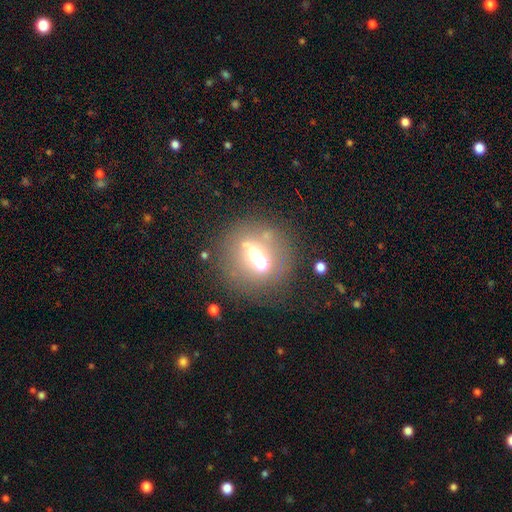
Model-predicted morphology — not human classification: Q: Smooth or featured?
A: featured or disk (44%); runner-up: smooth (36%)
Q: Merging?
A: none (56%); runner-up: merger (22%)